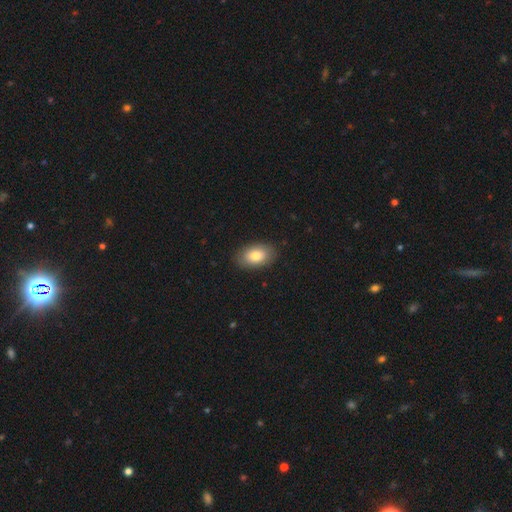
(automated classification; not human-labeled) A smooth galaxy with no disk features (81%) that is in between round and cigar-shaped (91%).

Vote fractions:
- Smooth or featured? smooth: 81% / featured or disk: 12% / star or artifact: 7%
- How rounded? in between: 91% / round: 7% / cigar-shaped: 1%
- Merging? none: 88% / minor disturbance: 9% / major disturbance: 2% / merger: 1%